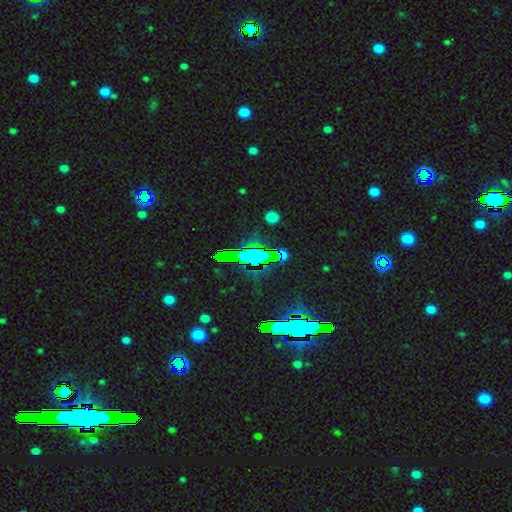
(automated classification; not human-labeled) Q: Smooth or featured?
A: star or artifact (70%); runner-up: smooth (18%)